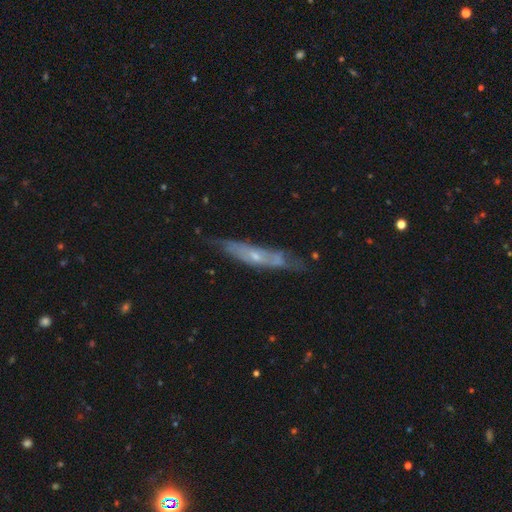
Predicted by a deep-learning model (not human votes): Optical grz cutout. It shows a featured or disk galaxy (65%) viewed edge-on (55%). Merging: none (62%).